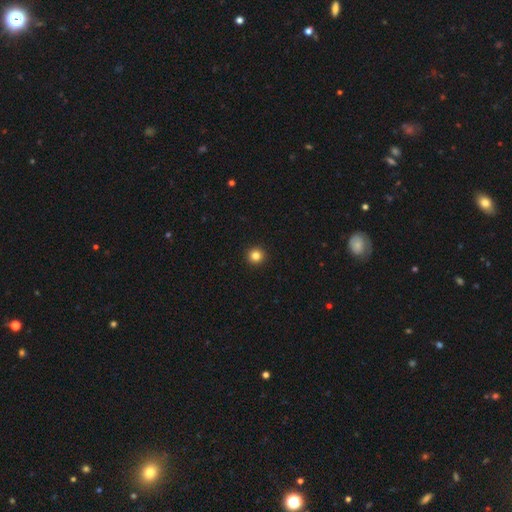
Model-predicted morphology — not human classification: smooth_or_featured: smooth (p=0.83) [alt: star or artifact p=0.12]
how_rounded: round (p=0.96) [alt: in between p=0.03]
merging: none (p=0.94) [alt: minor disturbance p=0.04]